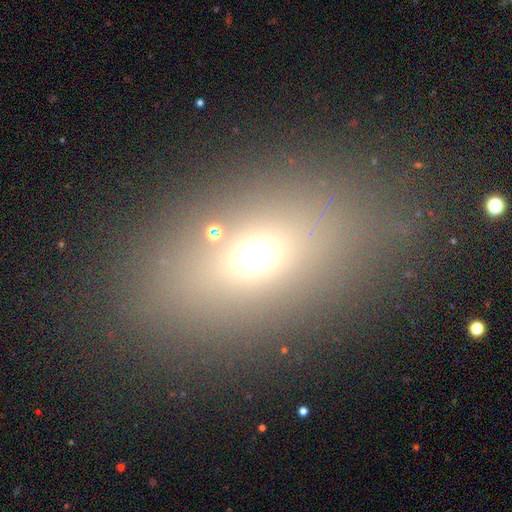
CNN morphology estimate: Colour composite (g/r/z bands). It shows a smooth galaxy with no disk features (64%) that is in between round and cigar-shaped (77%). Merging: none (78%).